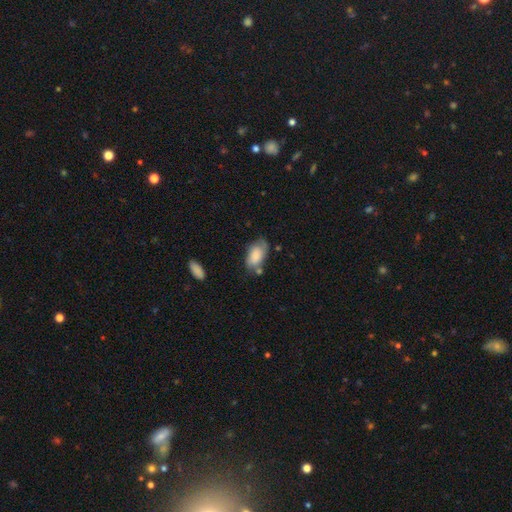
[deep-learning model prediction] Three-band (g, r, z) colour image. It shows a smooth galaxy with no disk features (78%) that is in between round and cigar-shaped (93%). Merging: none (51%).